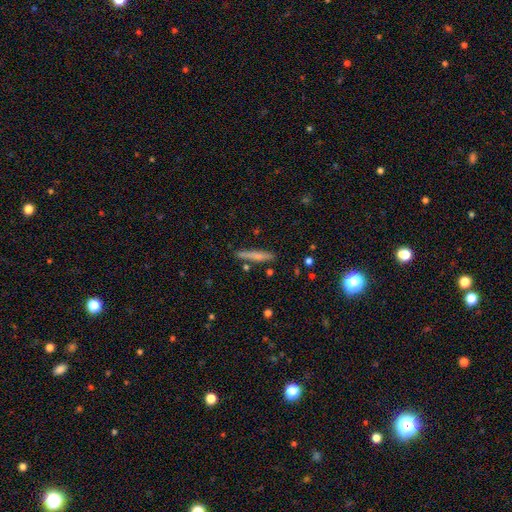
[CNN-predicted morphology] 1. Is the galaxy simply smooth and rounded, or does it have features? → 63% smooth, 30% featured or disk, 7% star or artifact.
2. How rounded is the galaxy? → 94% cigar-shaped, 5% in between, 2% round.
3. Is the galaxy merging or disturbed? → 84% none, 10% minor disturbance, 4% merger, 2% major disturbance.